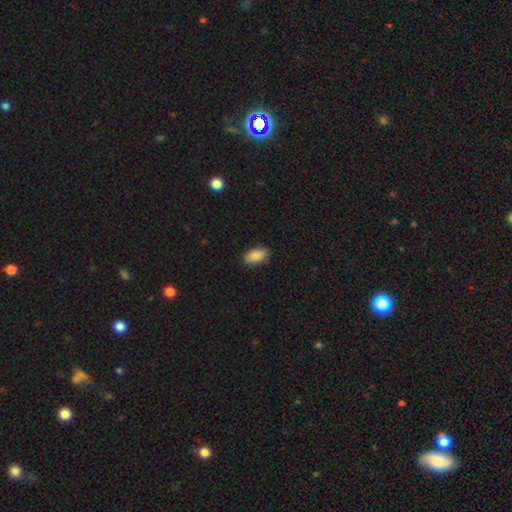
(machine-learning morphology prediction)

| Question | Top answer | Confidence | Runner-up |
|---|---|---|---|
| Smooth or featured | smooth | 88% | star or artifact (7%) |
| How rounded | in between | 93% | cigar-shaped (4%) |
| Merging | none | 88% | minor disturbance (9%) |